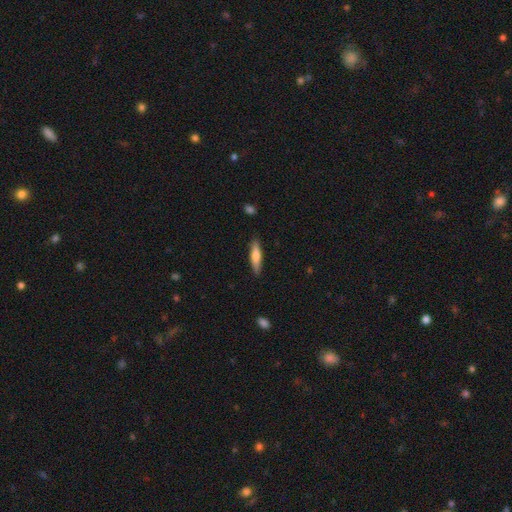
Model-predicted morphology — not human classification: This is likely a smooth galaxy (63%). How rounded: clearly cigar-shaped (81%). Merging: clearly none (88%).